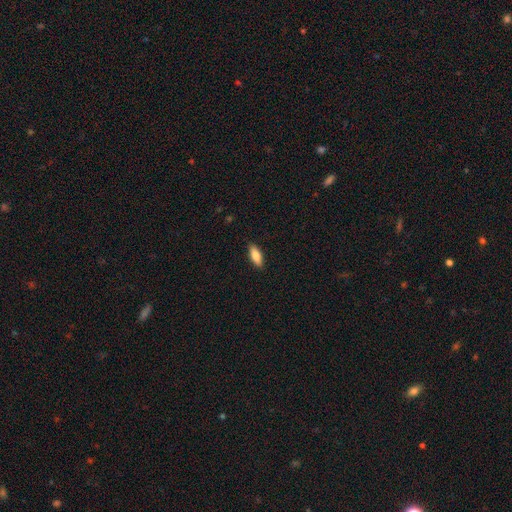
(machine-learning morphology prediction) smooth-or-featured: smooth: 81% | featured or disk: 13% | star or artifact: 6%
  how-rounded: in between: 72% | cigar-shaped: 26% | round: 2%
  merging: none: 90% | minor disturbance: 8% | major disturbance: 2% | merger: 1%